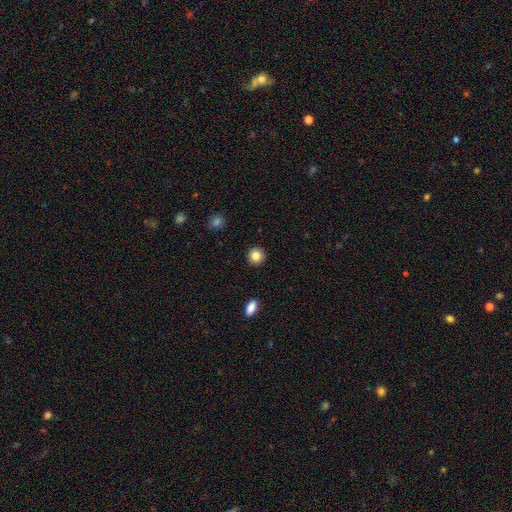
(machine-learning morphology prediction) smooth-or-featured: smooth: 85% | star or artifact: 10% | featured or disk: 5%
  how-rounded: round: 93% | in between: 6% | cigar-shaped: 1%
  merging: none: 93% | minor disturbance: 5% | major disturbance: 2% | merger: 1%